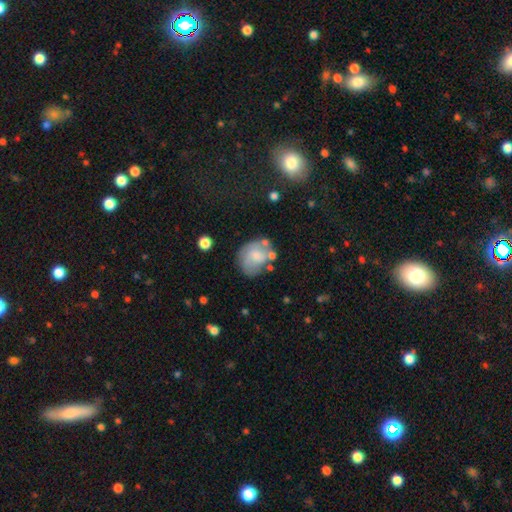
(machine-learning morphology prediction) Smooth or featured? Predicted: smooth (p=0.56). How rounded? Predicted: round (p=0.57). Merging? Predicted: none (p=0.47).